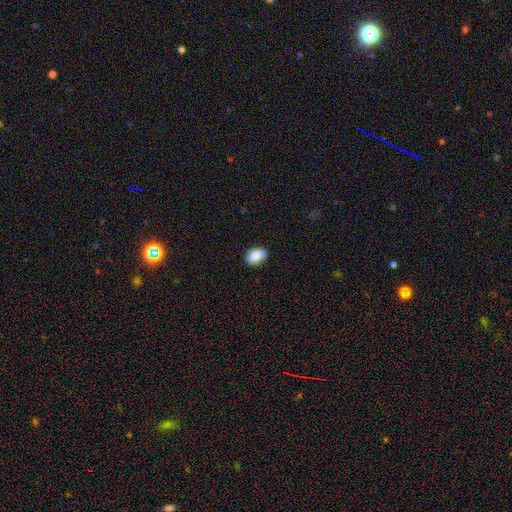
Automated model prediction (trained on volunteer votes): Smooth or featured?
  - smooth: 86% *
  - star or artifact: 7%
  - featured or disk: 6%
How rounded?
  - in between: 87% *
  - round: 11%
  - cigar-shaped: 1%
Merging?
  - none: 88% *
  - minor disturbance: 9%
  - major disturbance: 2%
  - merger: 1%